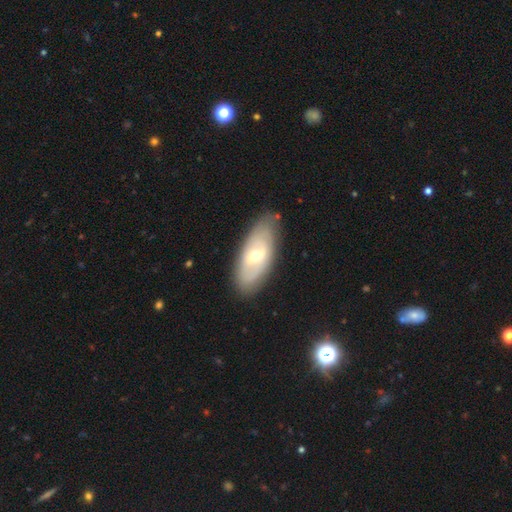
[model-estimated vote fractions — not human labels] Morphology: type=featured or disk (59%); edge-on=no (86%); bar=no (49%); spiral arms=no (51%); bulge=moderate (52%); merging=none (80%).